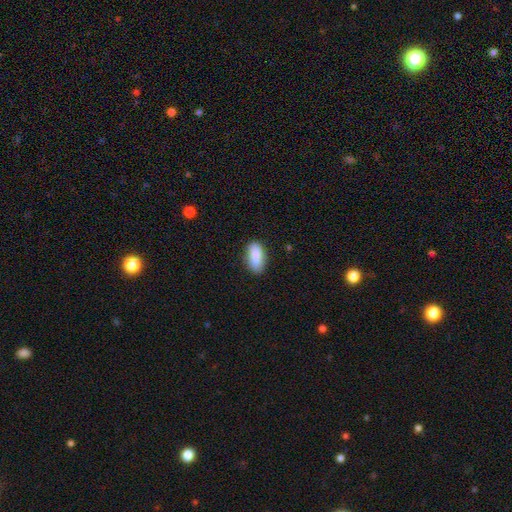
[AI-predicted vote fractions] A smooth galaxy with no disk features (87%) that is in between round and cigar-shaped (85%).

Vote fractions:
- Smooth or featured? smooth: 87% / featured or disk: 7% / star or artifact: 7%
- How rounded? in between: 85% / cigar-shaped: 12% / round: 3%
- Merging? none: 79% / minor disturbance: 16% / major disturbance: 3% / merger: 2%